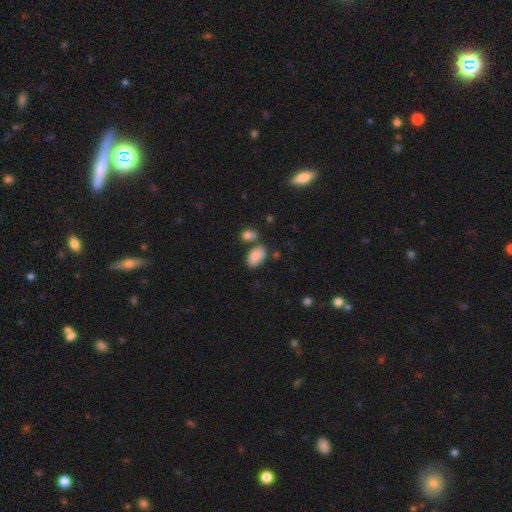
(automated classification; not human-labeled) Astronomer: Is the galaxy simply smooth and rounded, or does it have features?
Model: smooth — 84%.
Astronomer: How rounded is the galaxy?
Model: in between — 92%.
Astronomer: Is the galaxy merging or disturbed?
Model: none — 62%.